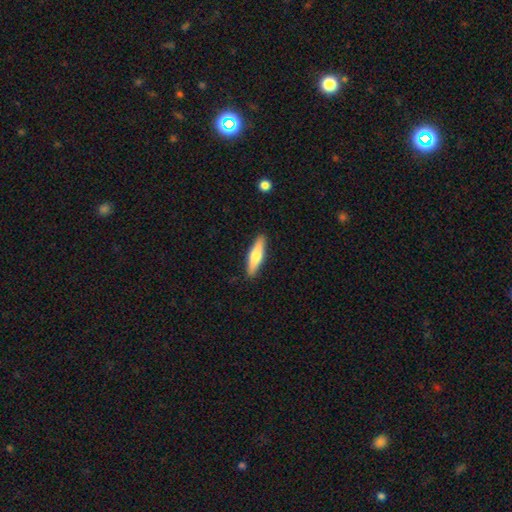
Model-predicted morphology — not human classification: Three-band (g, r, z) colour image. It shows a smooth galaxy with no disk features (62%) that is cigar-shaped (74%). Merging: none (90%).